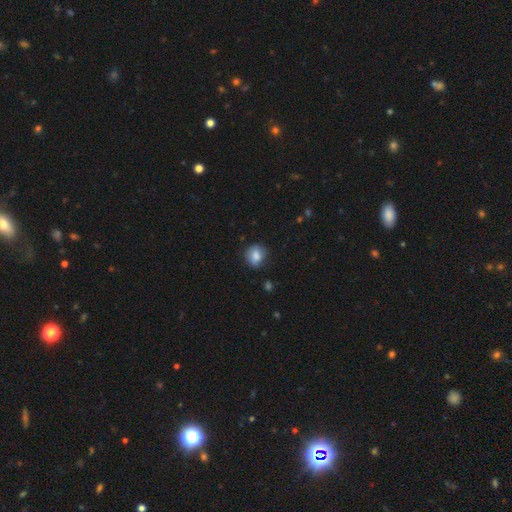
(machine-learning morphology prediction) Smooth or featured: smooth — 82% (featured or disk — 10%)
How rounded: round — 65% (in between — 34%)
Merging: none — 74% (minor disturbance — 20%)